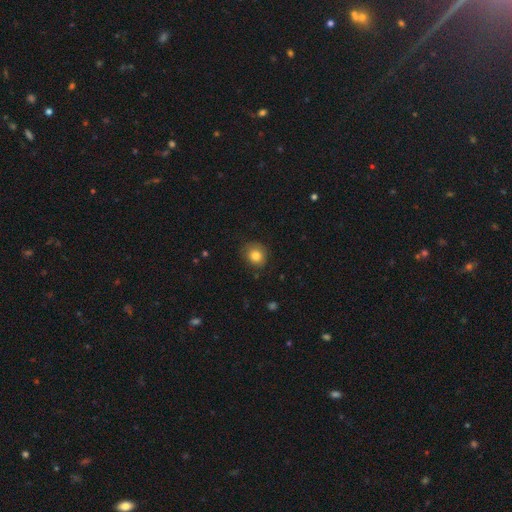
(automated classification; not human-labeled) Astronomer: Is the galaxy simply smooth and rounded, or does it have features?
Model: smooth — 82%.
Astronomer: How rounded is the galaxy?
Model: round — 77%.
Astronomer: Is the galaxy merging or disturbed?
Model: none — 82%.